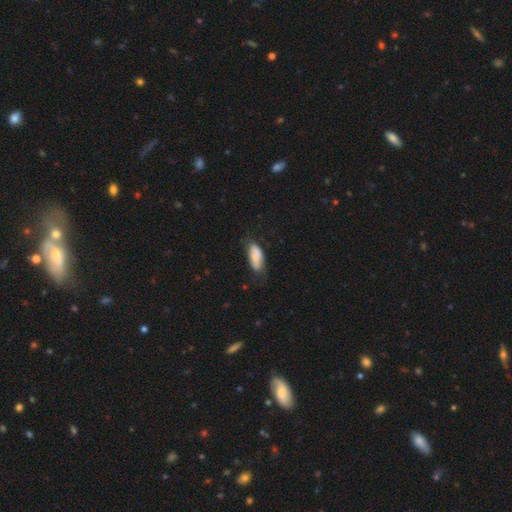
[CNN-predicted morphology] This appears to be a smooth galaxy with no disk features (79%) that is in between round and cigar-shaped (80%). Merging: none (57%).